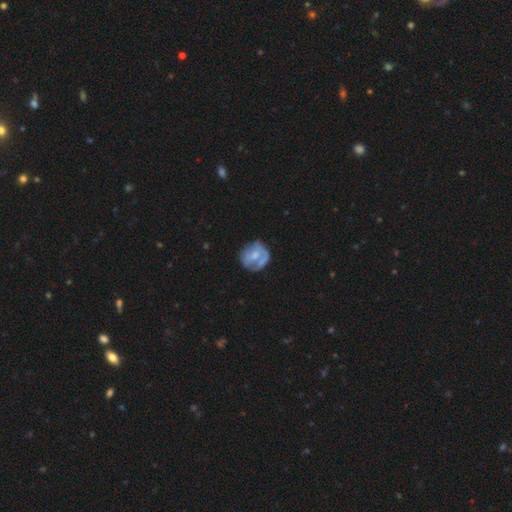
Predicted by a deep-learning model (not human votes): Q: Smooth or featured?
A: featured or disk (51%); runner-up: smooth (42%)
Q: Edge-on disk?
A: no (97%); runner-up: yes (3%)
Q: Merging?
A: none (59%); runner-up: minor disturbance (24%)